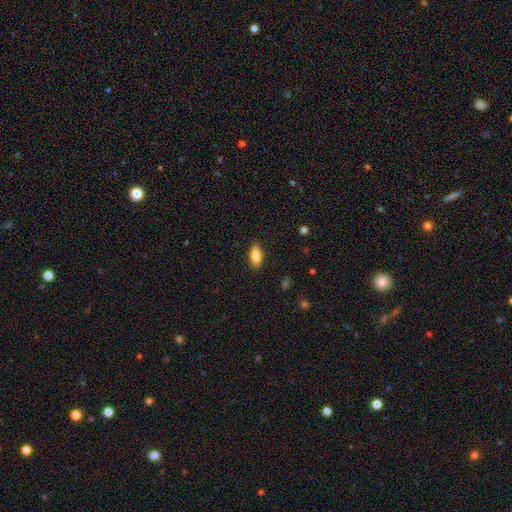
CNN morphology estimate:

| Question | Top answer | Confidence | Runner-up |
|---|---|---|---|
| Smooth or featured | smooth | 82% | featured or disk (11%) |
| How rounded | in between | 83% | cigar-shaped (15%) |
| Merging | none | 88% | minor disturbance (9%) |